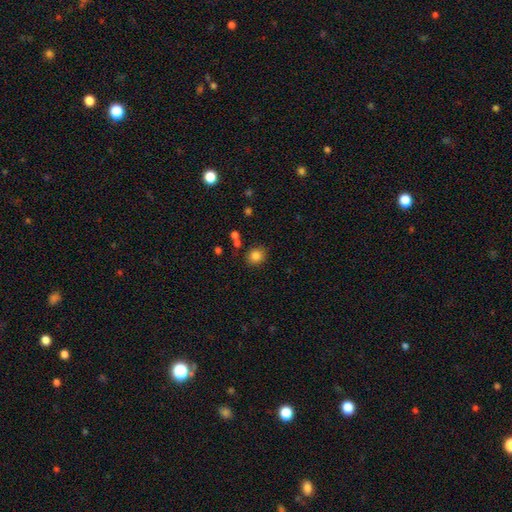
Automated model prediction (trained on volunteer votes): This is clearly a smooth galaxy (84%). How rounded: clearly round (82%). Merging: clearly none (83%).